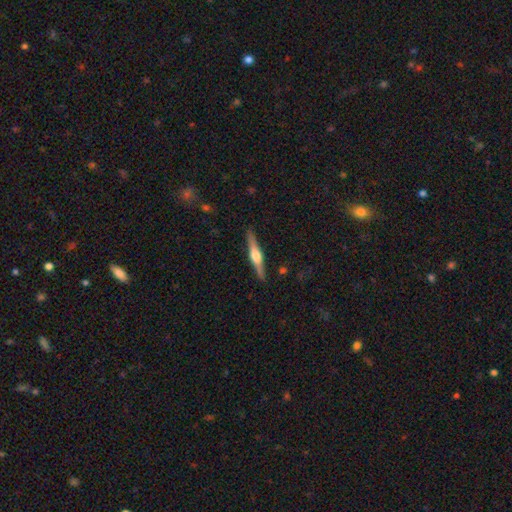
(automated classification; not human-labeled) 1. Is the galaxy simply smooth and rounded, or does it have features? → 75% featured or disk, 20% smooth, 5% star or artifact.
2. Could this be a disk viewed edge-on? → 98% yes, 2% no.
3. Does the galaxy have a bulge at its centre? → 91% rounded, 7% boxy, 2% none.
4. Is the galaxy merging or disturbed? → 90% none, 7% minor disturbance, 1% major disturbance, 1% merger.